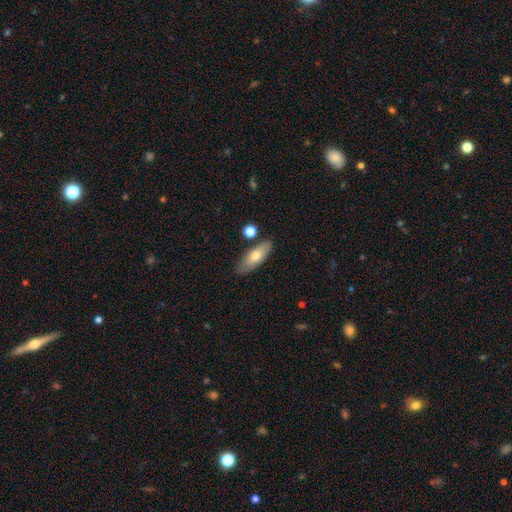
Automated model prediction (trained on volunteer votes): smooth 66%, featured or disk 27%, star or artifact 7%. Down the decision tree: how rounded — in between (67%); merging — none (79%).